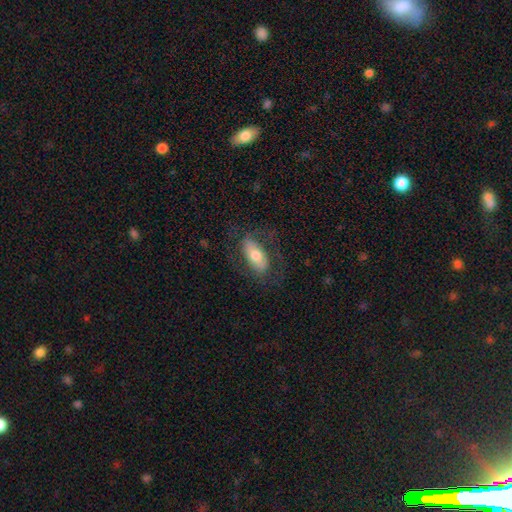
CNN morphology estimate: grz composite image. It shows a smooth galaxy with no disk features (54%) that is in between round and cigar-shaped (86%). Merging: none (69%).